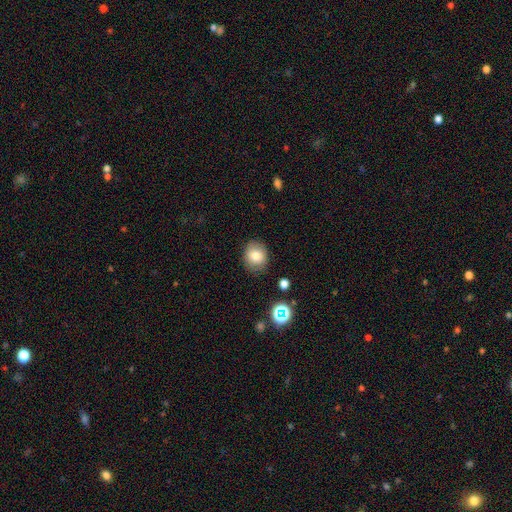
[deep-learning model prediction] A smooth galaxy with no disk features (79%) that is round (69%). Merging: none (84%).